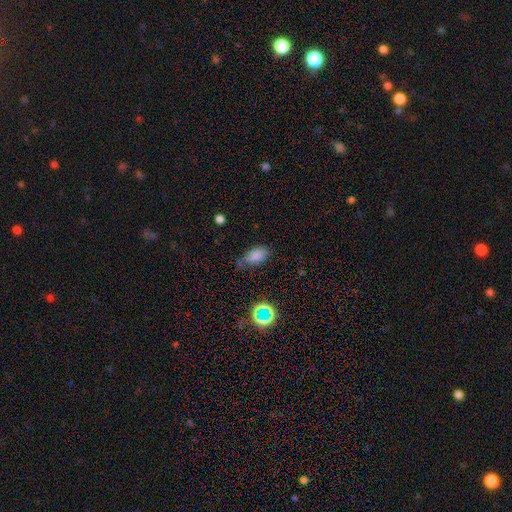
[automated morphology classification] Smooth or featured: smooth — 77% (star or artifact — 14%)
How rounded: in between — 88% (round — 7%)
Merging: none — 49% (minor disturbance — 36%)